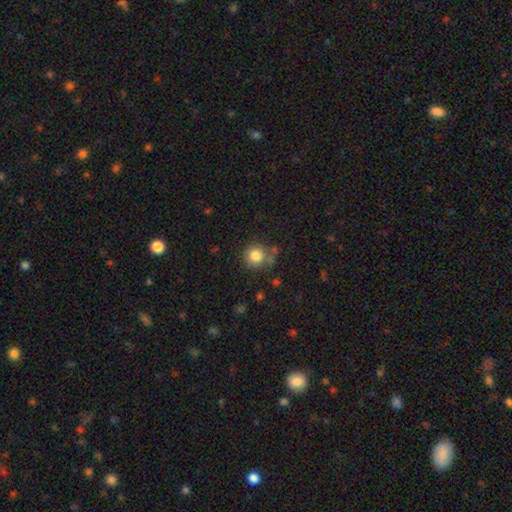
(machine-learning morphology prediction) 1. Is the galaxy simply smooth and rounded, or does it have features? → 83% smooth, 11% star or artifact, 7% featured or disk.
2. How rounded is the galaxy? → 93% round, 6% in between, 1% cigar-shaped.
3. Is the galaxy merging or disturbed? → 74% none, 14% minor disturbance, 8% merger, 5% major disturbance.